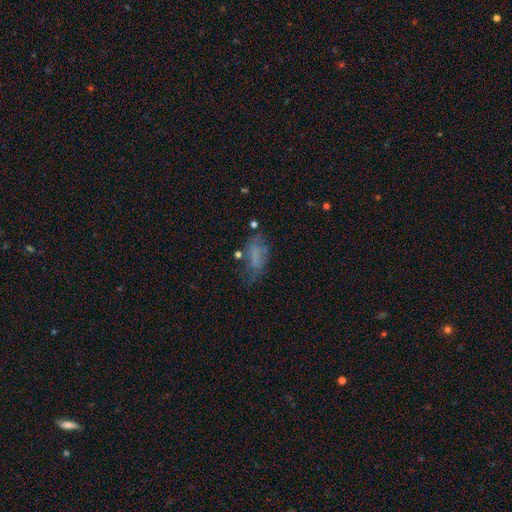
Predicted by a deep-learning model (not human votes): This is possibly a smooth galaxy (53%). How rounded: likely in between (79%). Merging: marginally none (42%).